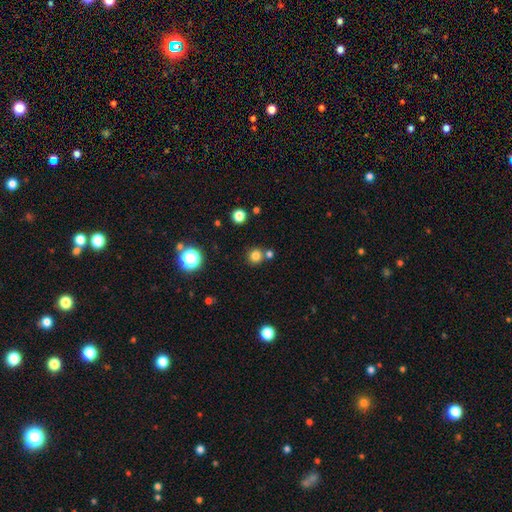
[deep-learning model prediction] Overall: smooth (78%). How rounded: round (92%). Merging: none (73%).